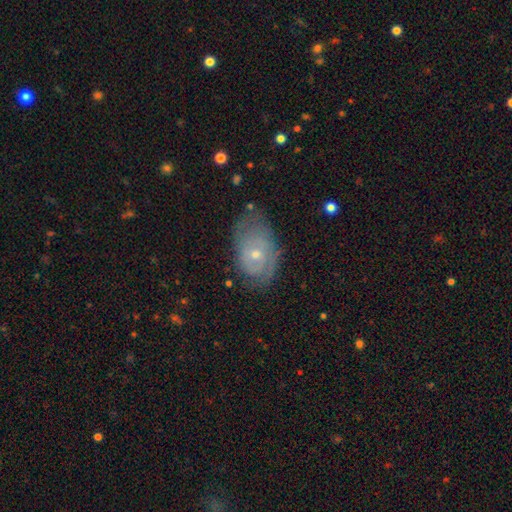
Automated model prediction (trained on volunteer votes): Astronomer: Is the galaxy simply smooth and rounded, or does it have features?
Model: featured or disk — 66%.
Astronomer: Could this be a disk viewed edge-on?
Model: no — 95%.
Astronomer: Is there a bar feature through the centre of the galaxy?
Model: no — 74%.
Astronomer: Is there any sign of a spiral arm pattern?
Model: yes — 81%.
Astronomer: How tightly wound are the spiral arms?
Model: tight — 64%.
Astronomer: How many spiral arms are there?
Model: can't tell — 45% (runner-up: 2, 32%).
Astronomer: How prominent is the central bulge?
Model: small — 61%.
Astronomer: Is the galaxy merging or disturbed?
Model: none — 61%.